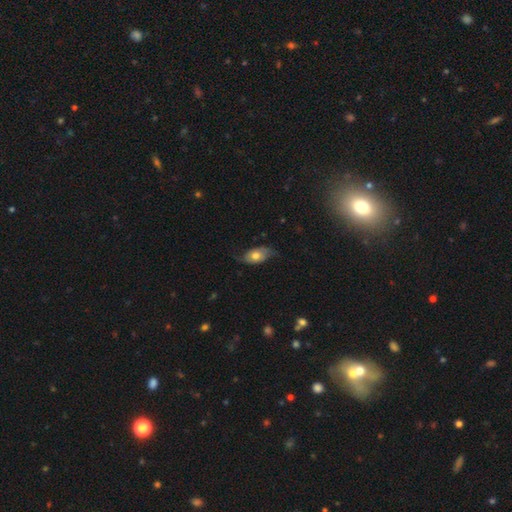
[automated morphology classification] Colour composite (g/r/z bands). It shows a smooth galaxy with no disk features (57%) that is in between round and cigar-shaped (88%). Merging: none (60%).